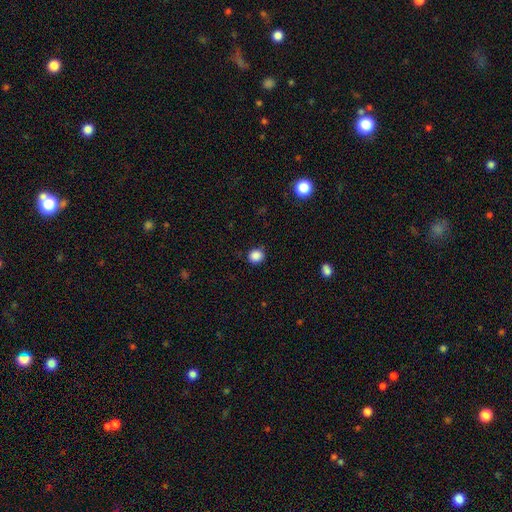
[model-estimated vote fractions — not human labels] Smooth or featured? smooth (87%)
How rounded? round (84%)
Merging? none (89%)